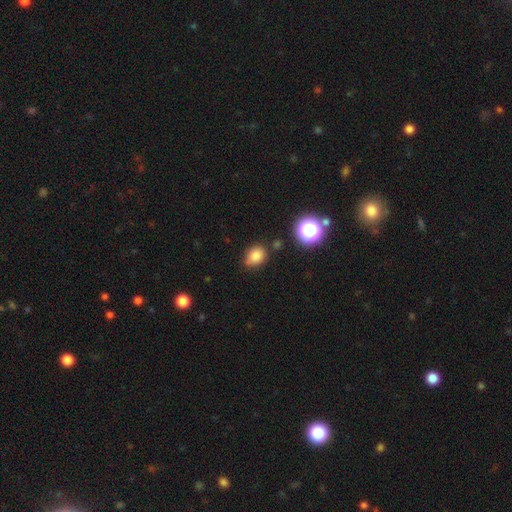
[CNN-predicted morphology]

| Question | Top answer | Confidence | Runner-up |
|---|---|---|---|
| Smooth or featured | smooth | 81% | star or artifact (13%) |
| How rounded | in between | 57% | round (42%) |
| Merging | none | 69% | minor disturbance (22%) |